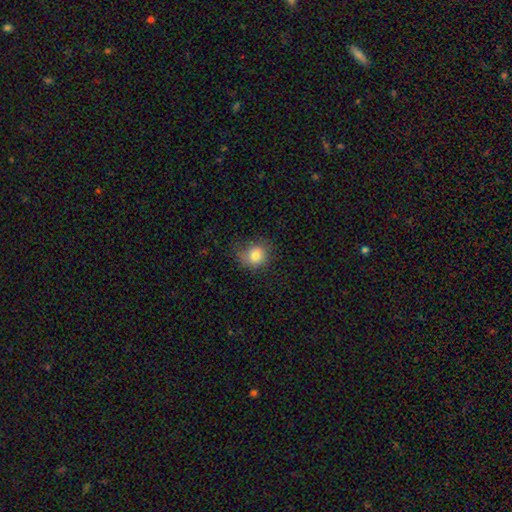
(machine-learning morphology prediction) This appears to be a smooth galaxy with no disk features (80%) that is round (80%). Merging: none (68%).